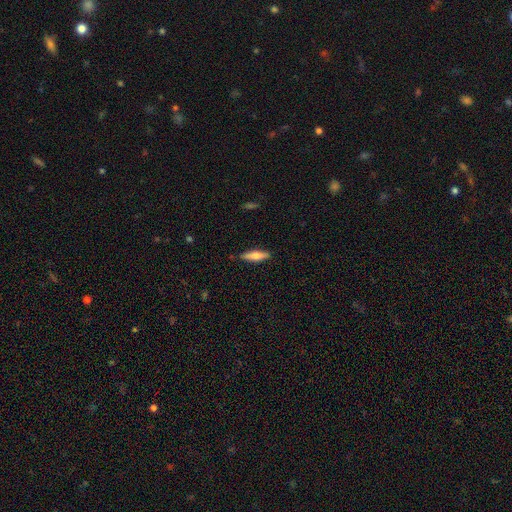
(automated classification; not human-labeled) smooth 61%, featured or disk 33%, star or artifact 6%. Down the decision tree: how rounded — cigar-shaped (72%); merging — none (87%).